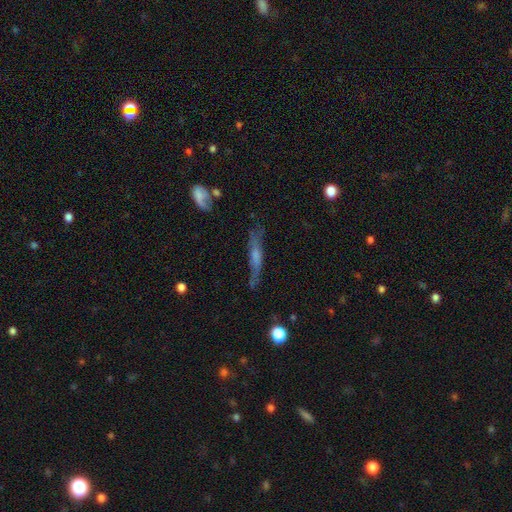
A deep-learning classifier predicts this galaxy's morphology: smooth-or-featured: featured or disk: 57% | smooth: 33% | star or artifact: 10%
  disk-edge-on: yes: 83% | no: 17%
  merging: none: 72% | minor disturbance: 18% | major disturbance: 7% | merger: 3%